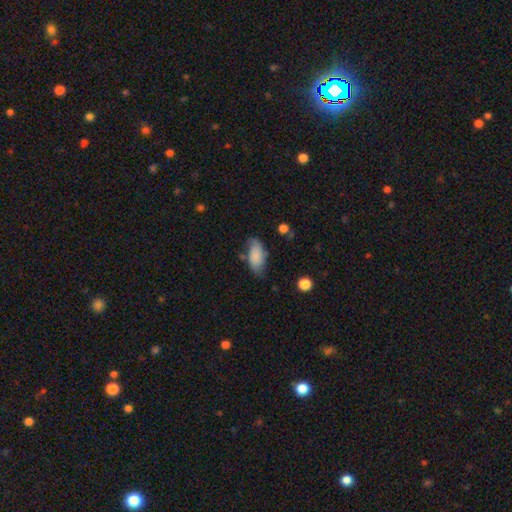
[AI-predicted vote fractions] The model was most divided on "merging": none: 58%, minor disturbance: 29%, major disturbance: 9%, merger: 4%. More confident: how rounded — in between (90%); smooth or featured — smooth (81%).